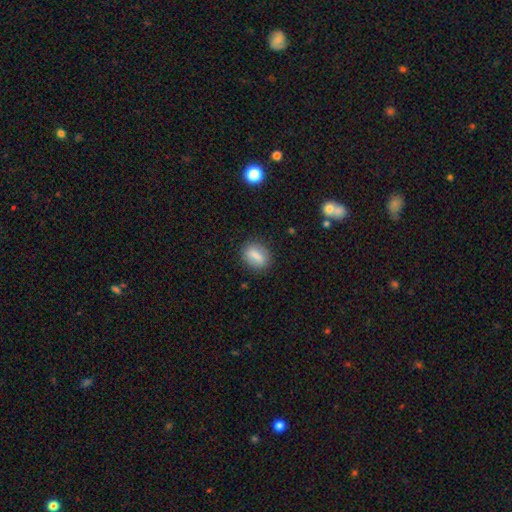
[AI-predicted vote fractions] Smooth or featured: smooth — 78% (featured or disk — 14%)
How rounded: in between — 66% (round — 24%)
Merging: none — 83% (minor disturbance — 12%)